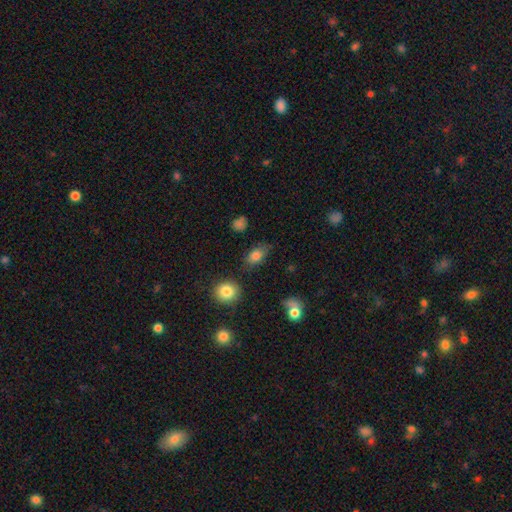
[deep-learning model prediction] Smooth or featured? Predicted: smooth (p=0.81). How rounded? Predicted: in between (p=0.83). Merging? Predicted: none (p=0.73).